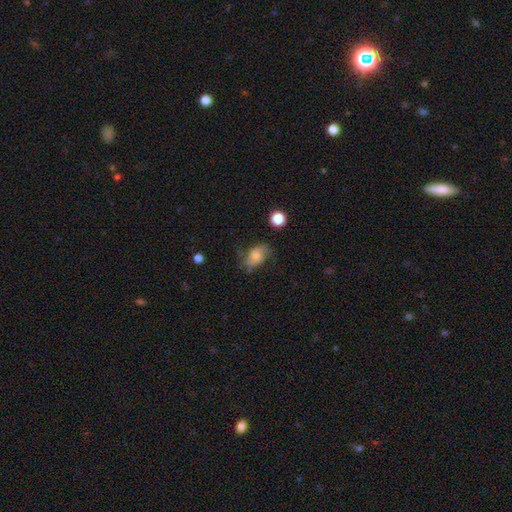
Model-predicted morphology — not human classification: Q: Smooth or featured?
A: smooth (52%); runner-up: featured or disk (38%)
Q: How rounded?
A: in between (80%); runner-up: round (18%)
Q: Merging?
A: none (58%); runner-up: minor disturbance (27%)